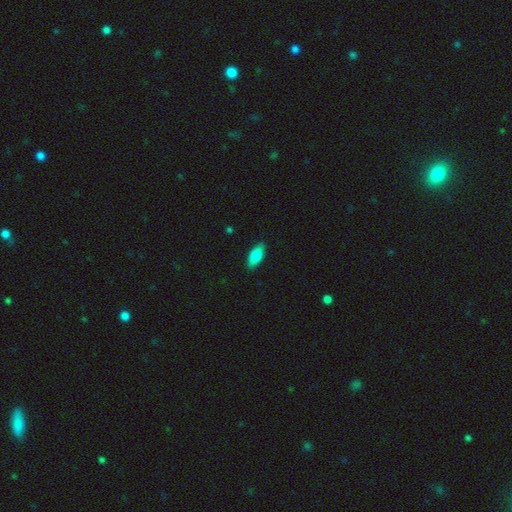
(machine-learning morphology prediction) A smooth galaxy with no disk features (80%) that is in between round and cigar-shaped (81%).

Vote fractions:
- Smooth or featured? smooth: 80% / featured or disk: 13% / star or artifact: 6%
- How rounded? in between: 81% / cigar-shaped: 17% / round: 2%
- Merging? none: 89% / minor disturbance: 9% / major disturbance: 2% / merger: 1%